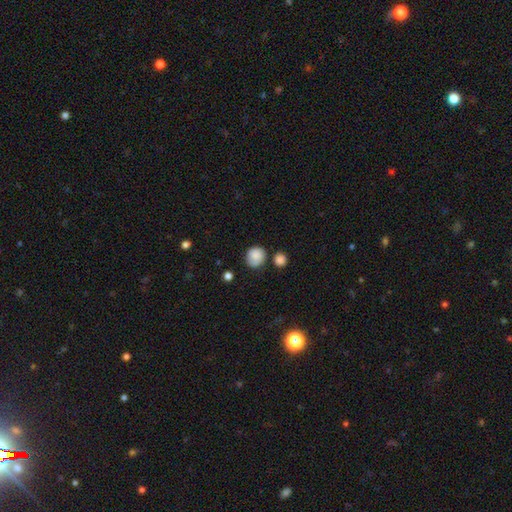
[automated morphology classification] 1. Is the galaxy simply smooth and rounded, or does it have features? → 83% smooth, 9% star or artifact, 8% featured or disk.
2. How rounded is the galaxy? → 80% round, 19% in between, 1% cigar-shaped.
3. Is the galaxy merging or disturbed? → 66% none, 21% minor disturbance, 8% merger, 5% major disturbance.